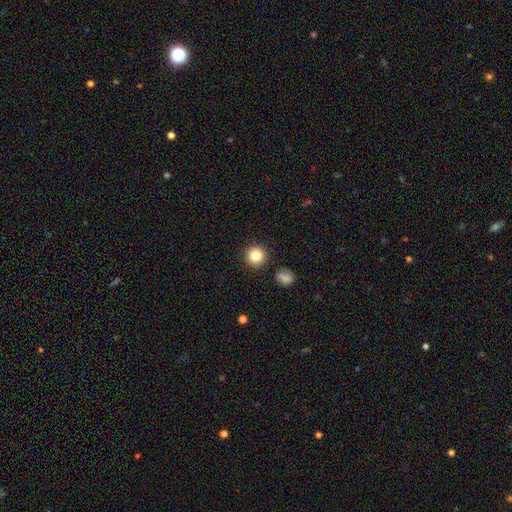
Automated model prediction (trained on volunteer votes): Q: Smooth or featured?
A: smooth (84%); runner-up: star or artifact (10%)
Q: How rounded?
A: round (95%); runner-up: in between (4%)
Q: Merging?
A: none (90%); runner-up: minor disturbance (6%)